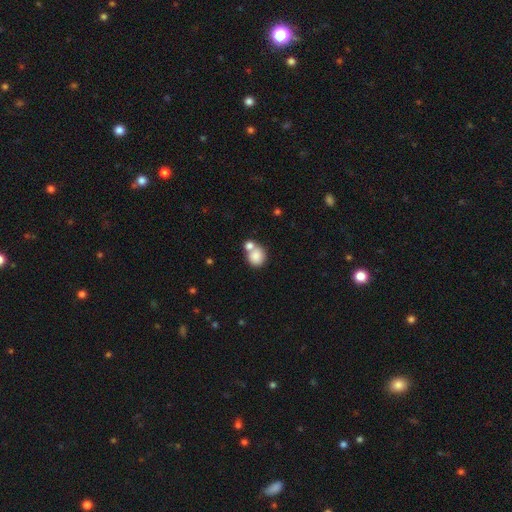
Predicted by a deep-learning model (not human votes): A smooth galaxy with no disk features (83%) that is round (78%). Merging: merger (48%).